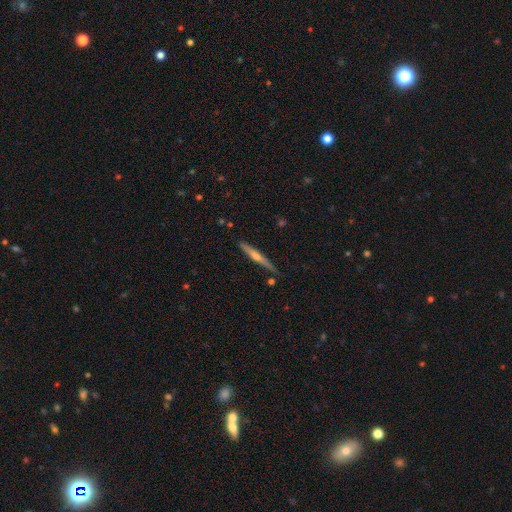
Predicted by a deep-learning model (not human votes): Morphology: type=featured or disk (66%); edge-on=yes (98%); edge-on bulge=rounded (79%); merging=none (85%).